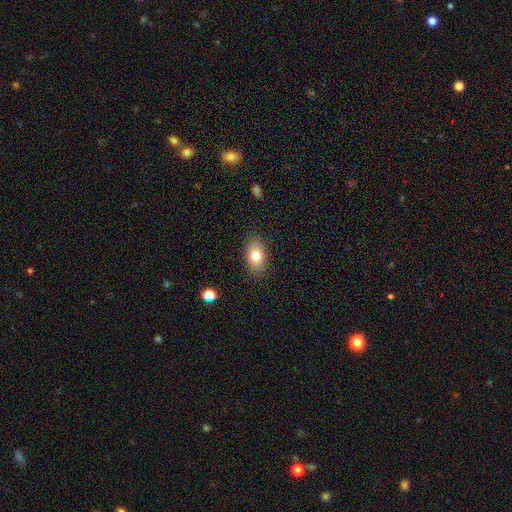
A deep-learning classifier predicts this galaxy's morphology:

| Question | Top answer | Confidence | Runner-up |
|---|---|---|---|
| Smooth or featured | smooth | 80% | featured or disk (12%) |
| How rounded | in between | 88% | round (9%) |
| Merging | none | 85% | minor disturbance (11%) |